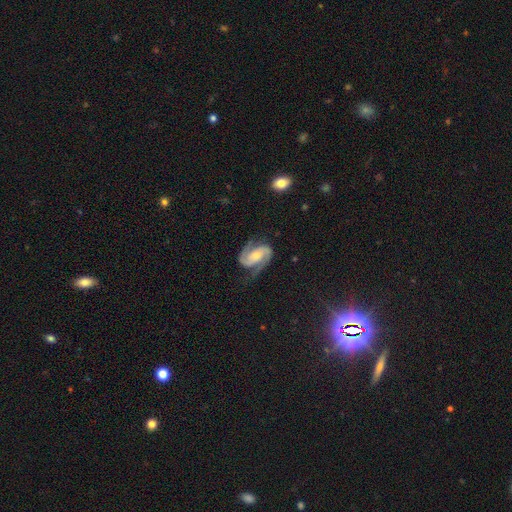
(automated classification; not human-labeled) A featured or disk galaxy (90%) with no bar (44%), 2 (93%) medium (52%) spiral arms (98%) and a moderate central bulge (48%).

Vote fractions:
- Smooth or featured? featured or disk: 90% / smooth: 6% / star or artifact: 4%
- Edge-on disk? no: 98% / yes: 2%
- Bar? no: 44% / weak: 35% / strong: 20%
- Spiral arms? yes: 98% / no: 2%
- Spiral winding? medium: 52% / tight: 32% / loose: 16%
- Spiral arm count? 2: 93% / can't tell: 2% / 1: 2% / 3: 1% / 4: 1% / more than 4: 1%
- Bulge size? moderate: 48% / small: 39% / large: 7% / none: 6% / dominant: 1%
- Merging? none: 72% / minor disturbance: 17% / major disturbance: 9% / merger: 2%